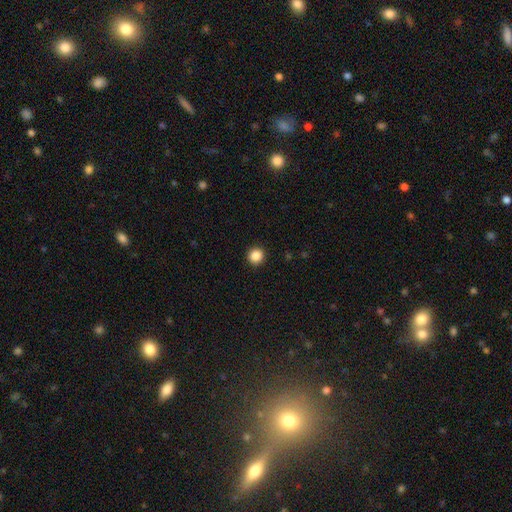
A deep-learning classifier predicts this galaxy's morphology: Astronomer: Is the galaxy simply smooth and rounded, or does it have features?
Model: smooth — 86%.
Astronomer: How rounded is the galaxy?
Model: round — 93%.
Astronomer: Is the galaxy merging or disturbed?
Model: none — 93%.